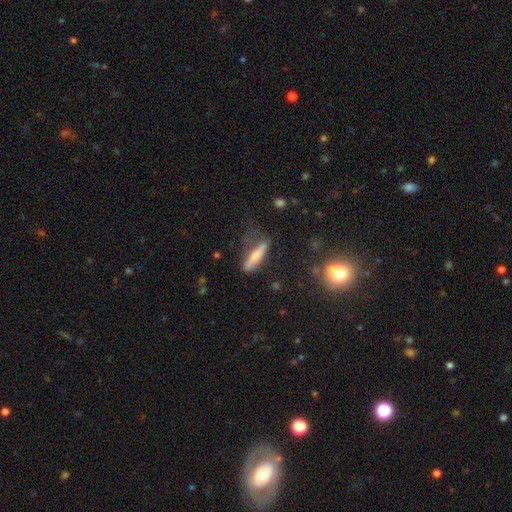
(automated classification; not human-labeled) smooth 67%, featured or disk 25%, star or artifact 8%. Down the decision tree: how rounded — cigar-shaped (78%); merging — none (52%).